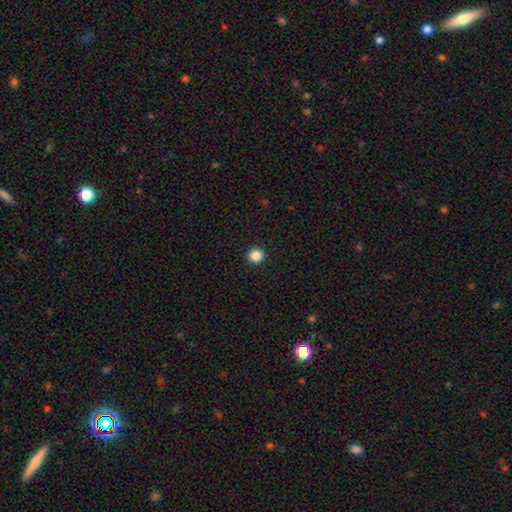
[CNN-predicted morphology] smooth-or-featured: smooth: 86% | star or artifact: 11% | featured or disk: 3%
  how-rounded: round: 91% | in between: 8% | cigar-shaped: 1%
  merging: none: 93% | minor disturbance: 4% | major disturbance: 2% | merger: 1%